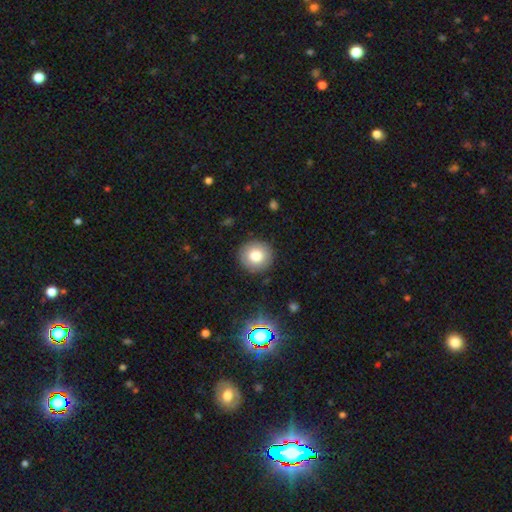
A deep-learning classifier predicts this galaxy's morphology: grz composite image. It shows a smooth galaxy with no disk features (78%) that is round (93%). Merging: none (90%).